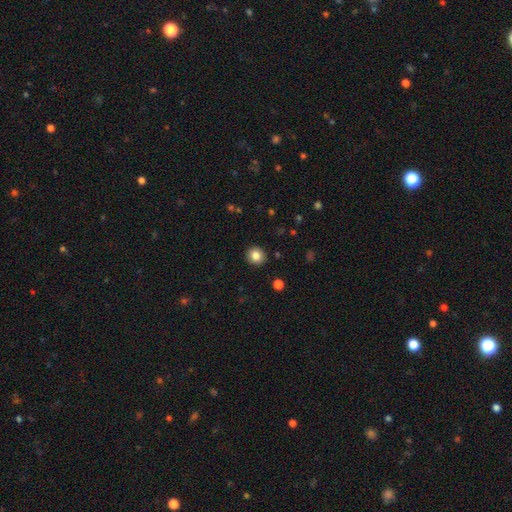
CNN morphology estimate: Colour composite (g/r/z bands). It shows a smooth galaxy with no disk features (83%) that is round (86%). Merging: none (91%).